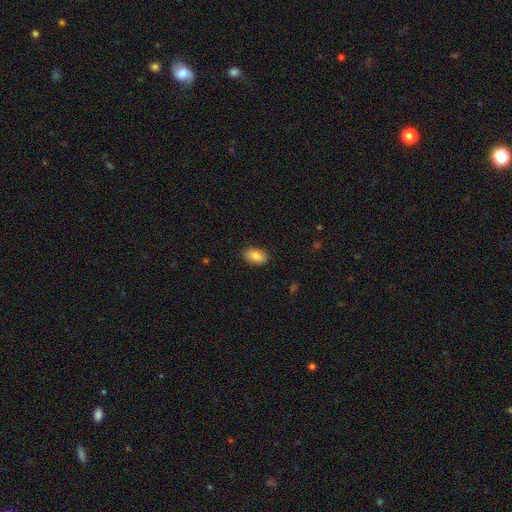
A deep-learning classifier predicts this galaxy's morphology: The model was most divided on "smooth or featured": smooth: 85%, featured or disk: 8%, star or artifact: 7%. More confident: how rounded — in between (93%); merging — none (87%).